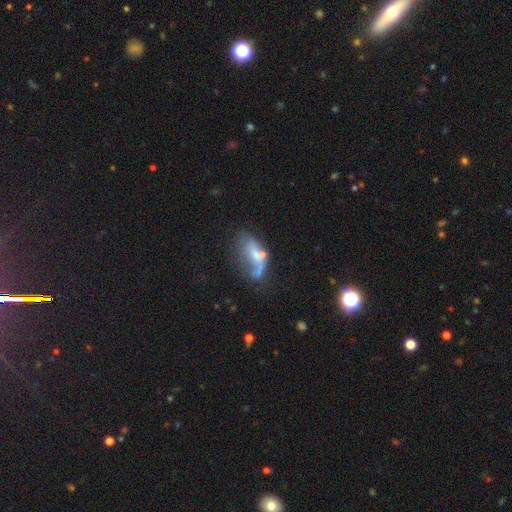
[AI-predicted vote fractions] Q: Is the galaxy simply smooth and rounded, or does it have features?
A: featured or disk — 45%.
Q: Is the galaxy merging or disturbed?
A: major disturbance — 31%.